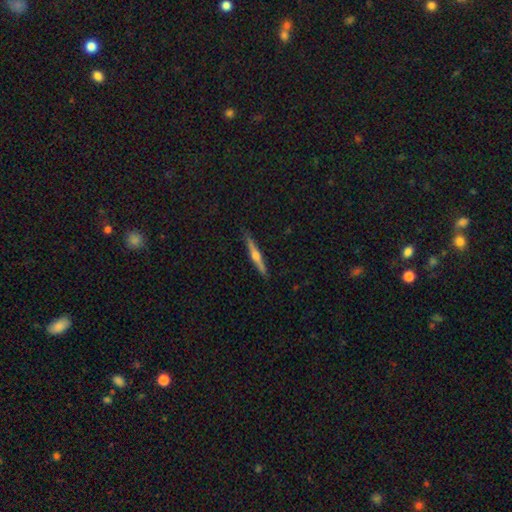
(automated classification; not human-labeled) Overall: featured or disk (68%). Edge-on disk: yes (98%). Edge-on bulge: rounded (91%). Merging: none (89%).